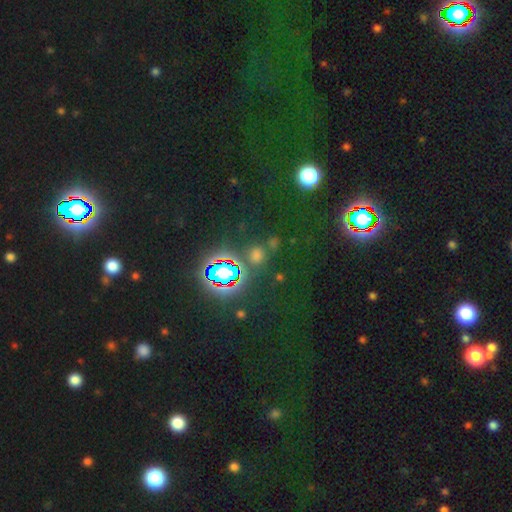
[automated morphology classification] This is possibly a star or artifact rather than a galaxy (53%).